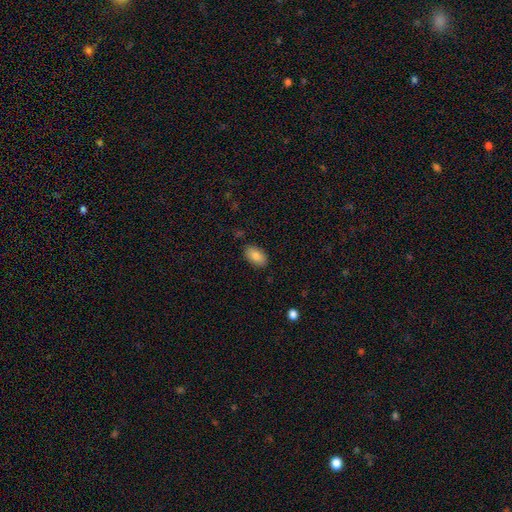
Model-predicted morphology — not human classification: smooth_or_featured: smooth (p=0.84) [alt: featured or disk p=0.09]
how_rounded: in between (p=0.94) [alt: round p=0.05]
merging: none (p=0.86) [alt: minor disturbance p=0.11]